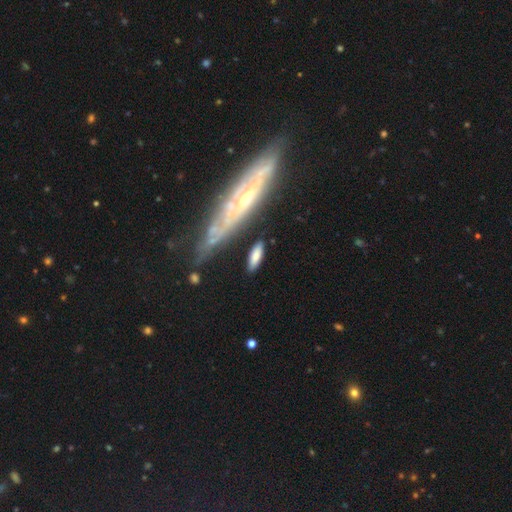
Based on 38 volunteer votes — This is clearly a smooth galaxy (84%). How rounded: likely in between (66%). Merging: likely none (76%).